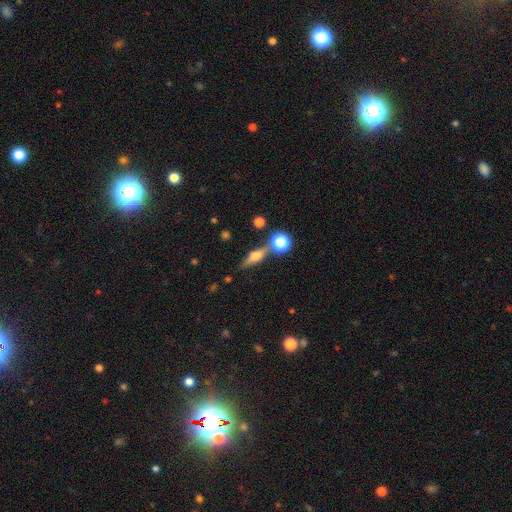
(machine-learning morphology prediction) Overall: featured or disk (59%; smooth 29%). Edge-on disk: yes (93%). Edge-on bulge: rounded (89%). Merging: none (74%).